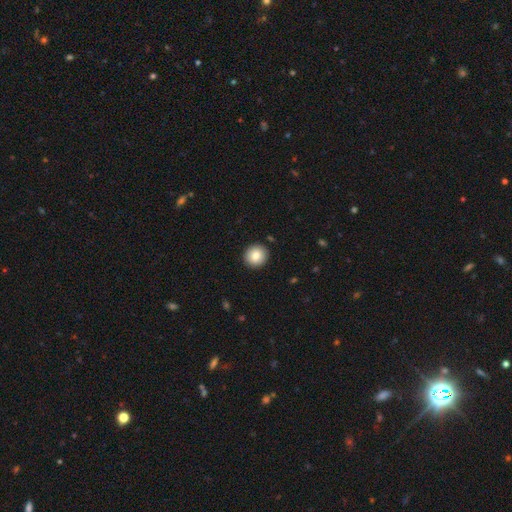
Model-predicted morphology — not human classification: Smooth or featured?
  - smooth: 83% *
  - star or artifact: 9%
  - featured or disk: 8%
How rounded?
  - round: 92% *
  - in between: 7%
  - cigar-shaped: 1%
Merging?
  - none: 92% *
  - minor disturbance: 5%
  - major disturbance: 2%
  - merger: 1%